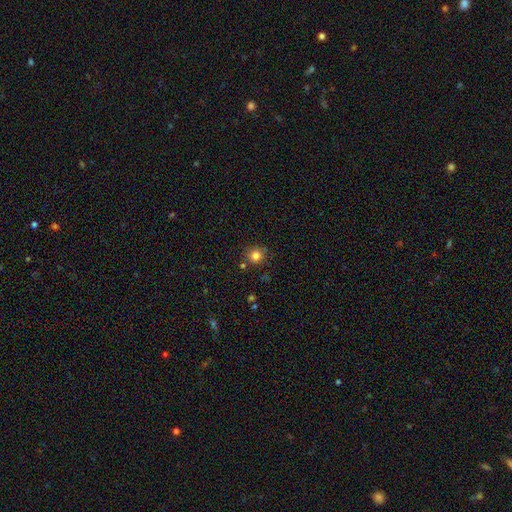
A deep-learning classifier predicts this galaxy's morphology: smooth_or_featured: smooth (p=0.82) [alt: star or artifact p=0.13]
how_rounded: round (p=0.89) [alt: in between p=0.10]
merging: none (p=0.80) [alt: minor disturbance p=0.11]